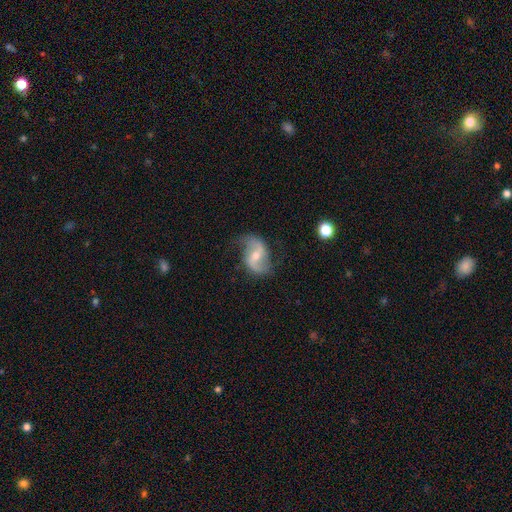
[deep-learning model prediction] Overall: featured or disk (83%). Edge-on disk: no (97%). Bar: weak (46%; no 28%). Spiral arms: yes (94%). Spiral arm count: 2 (92%). Spiral winding: loose (68%). Bulge size: moderate (52%; small 43%). Merging: none (73%).